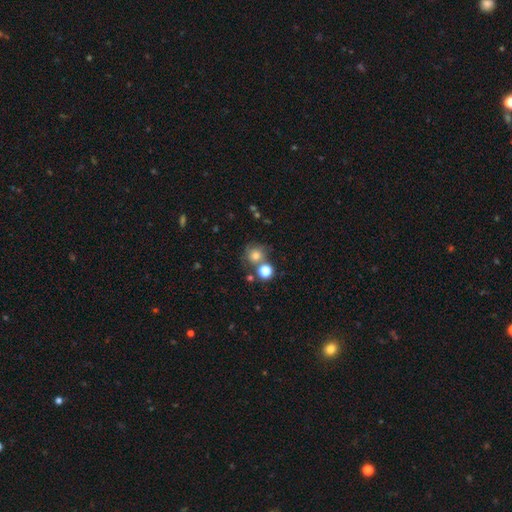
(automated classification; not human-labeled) Smooth or featured?
  - smooth: 72% *
  - star or artifact: 15%
  - featured or disk: 13%
How rounded?
  - round: 88% *
  - in between: 12%
  - cigar-shaped: 1%
Merging?
  - none: 59% *
  - merger: 22%
  - minor disturbance: 13%
  - major disturbance: 6%